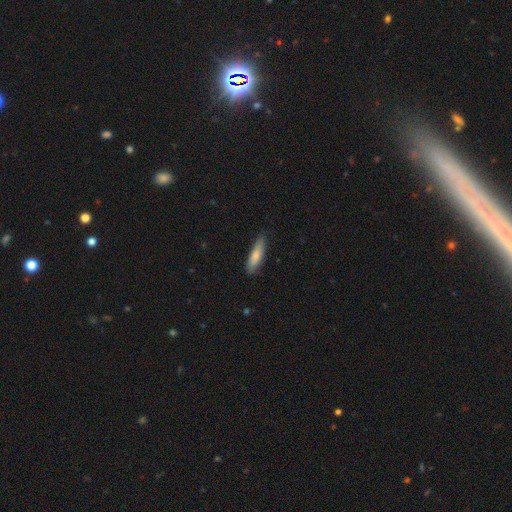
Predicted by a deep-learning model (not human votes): smooth-or-featured: smooth: 79% | featured or disk: 15% | star or artifact: 5%
  how-rounded: cigar-shaped: 69% | in between: 30% | round: 2%
  merging: none: 81% | minor disturbance: 15% | major disturbance: 2% | merger: 1%